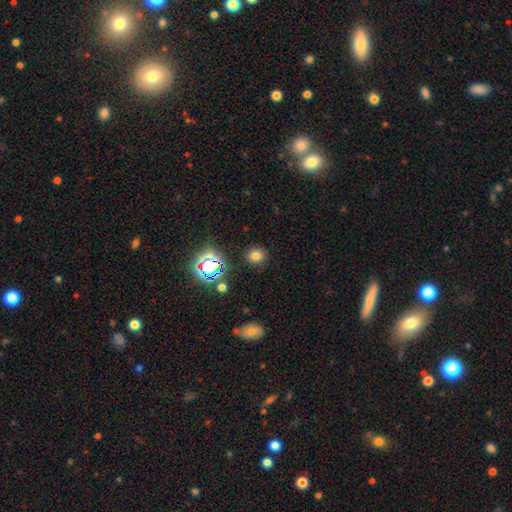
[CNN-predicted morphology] smooth-or-featured: smooth: 73% | star or artifact: 20% | featured or disk: 7%
  how-rounded: round: 82% | in between: 17% | cigar-shaped: 1%
  merging: none: 88% | minor disturbance: 7% | major disturbance: 3% | merger: 2%